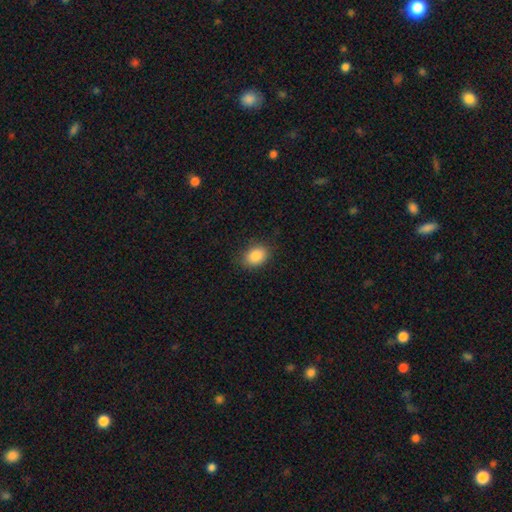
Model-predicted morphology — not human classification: smooth-or-featured: smooth: 87% | star or artifact: 8% | featured or disk: 4%
  how-rounded: in between: 73% | round: 26% | cigar-shaped: 1%
  merging: none: 83% | minor disturbance: 13% | major disturbance: 3% | merger: 1%